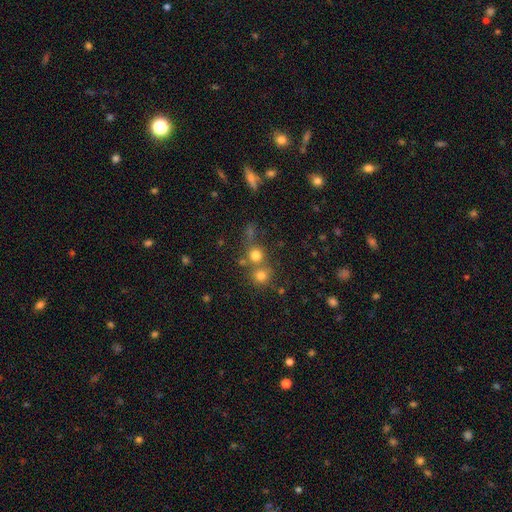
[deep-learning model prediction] Smooth or featured?
  - smooth: 73% *
  - star or artifact: 17%
  - featured or disk: 9%
How rounded?
  - round: 89% *
  - in between: 10%
  - cigar-shaped: 1%
Merging?
  - none: 54% *
  - merger: 34%
  - minor disturbance: 7%
  - major disturbance: 5%